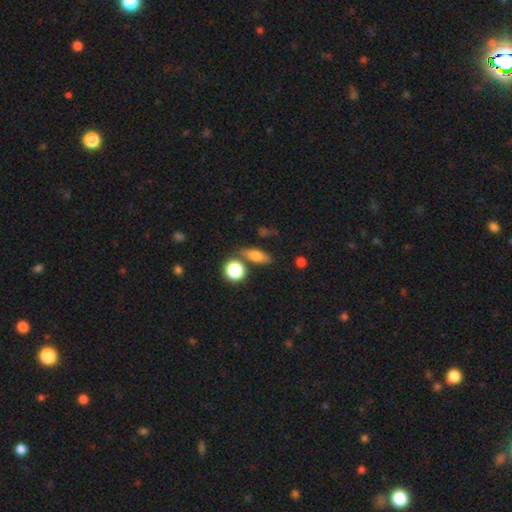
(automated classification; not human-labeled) A smooth galaxy with no disk features (72%) that is in between round and cigar-shaped (55%). Merging: none (73%).